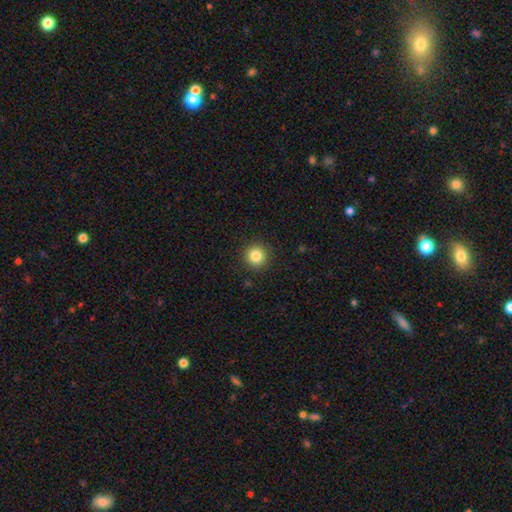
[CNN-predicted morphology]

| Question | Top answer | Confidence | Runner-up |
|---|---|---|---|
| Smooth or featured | smooth | 84% | star or artifact (11%) |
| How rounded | round | 94% | in between (5%) |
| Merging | none | 91% | minor disturbance (6%) |